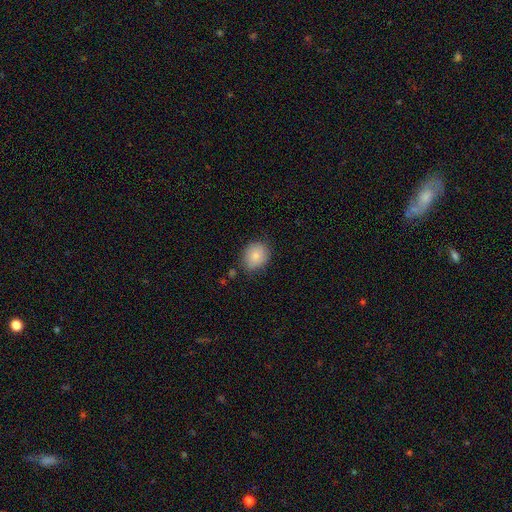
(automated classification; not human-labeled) smooth_or_featured: smooth (p=0.84) [alt: featured or disk p=0.09]
how_rounded: round (p=0.66) [alt: in between p=0.33]
merging: none (p=0.78) [alt: minor disturbance p=0.16]